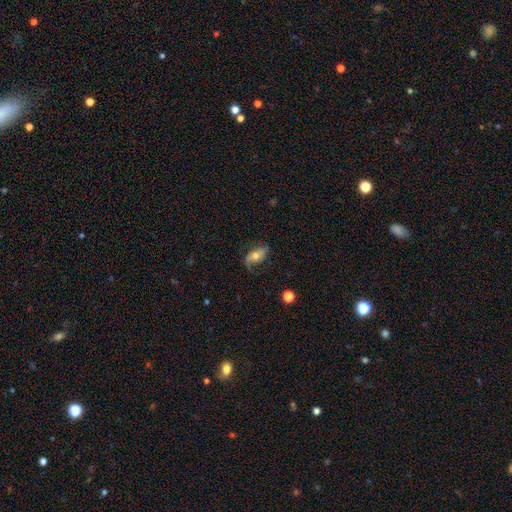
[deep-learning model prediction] smooth-or-featured: featured or disk: 50% | smooth: 42% | star or artifact: 8%
  merging: none: 59% | minor disturbance: 25% | major disturbance: 14% | merger: 2%